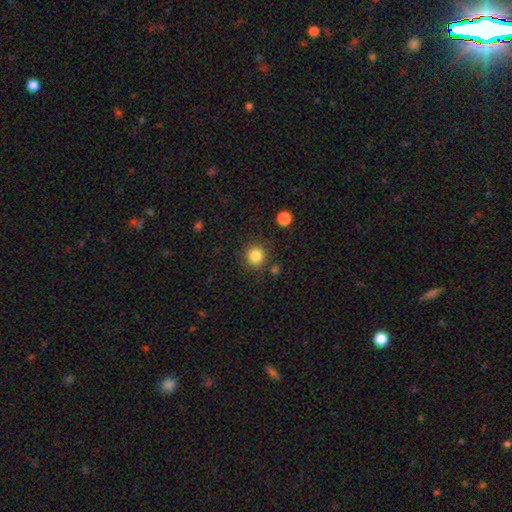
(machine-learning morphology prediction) This appears to be a smooth galaxy with no disk features (84%) that is round (93%). Merging: none (85%).